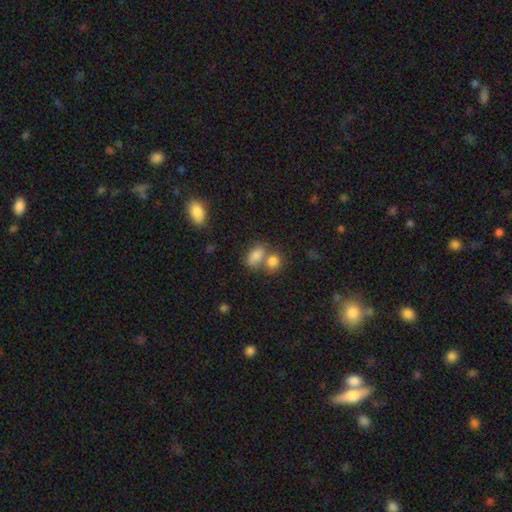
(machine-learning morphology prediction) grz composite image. It shows a smooth galaxy with no disk features (80%) that is in between round and cigar-shaped (80%). Merging: merger (47%).